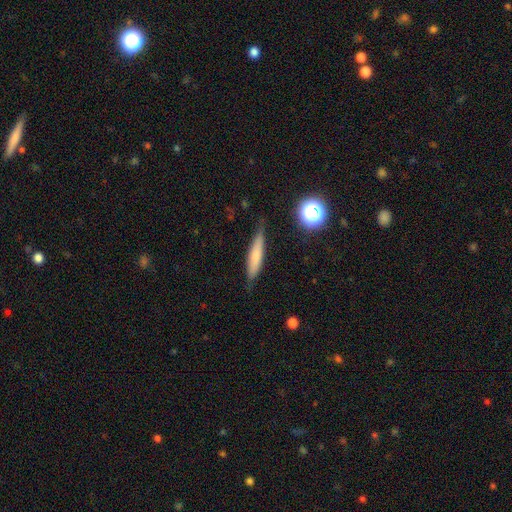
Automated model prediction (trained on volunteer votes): Morphology: type=smooth (66%); roundness=cigar-shaped (84%); merging=none (75%).